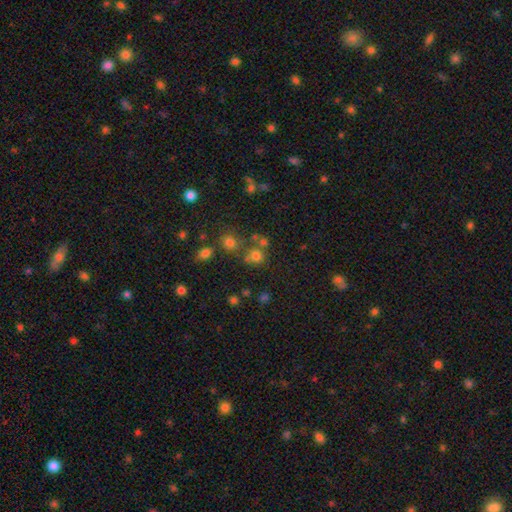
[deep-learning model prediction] Smooth or featured? Predicted: smooth (p=0.70). How rounded? Predicted: round (p=0.83). Merging? Predicted: none (p=0.60).